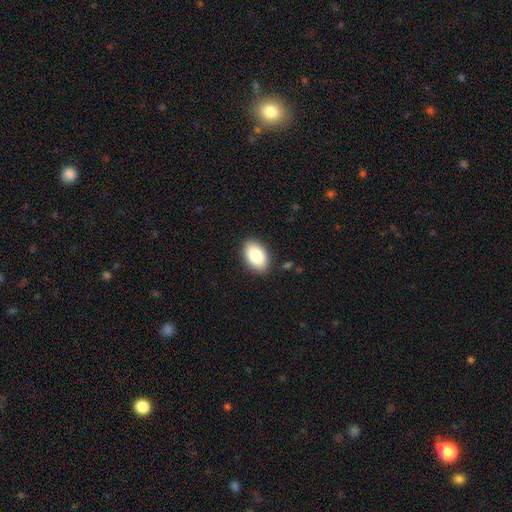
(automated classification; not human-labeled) This appears to be a smooth galaxy with no disk features (84%) that is in between round and cigar-shaped (92%). Merging: none (89%).